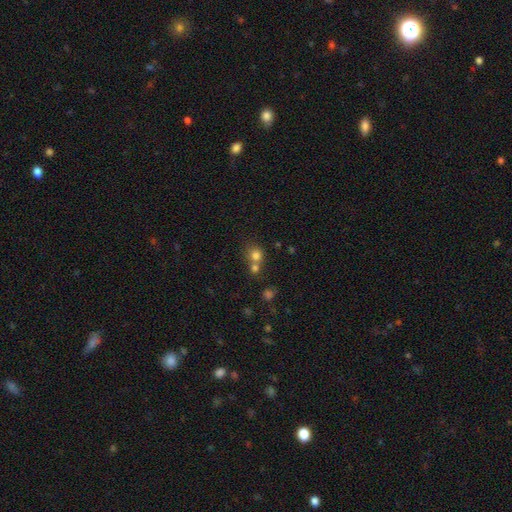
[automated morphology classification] smooth-or-featured: smooth: 76% | star or artifact: 14% | featured or disk: 9%
  how-rounded: round: 83% | in between: 16% | cigar-shaped: 1%
  merging: merger: 46% | none: 44% | minor disturbance: 7% | major disturbance: 3%